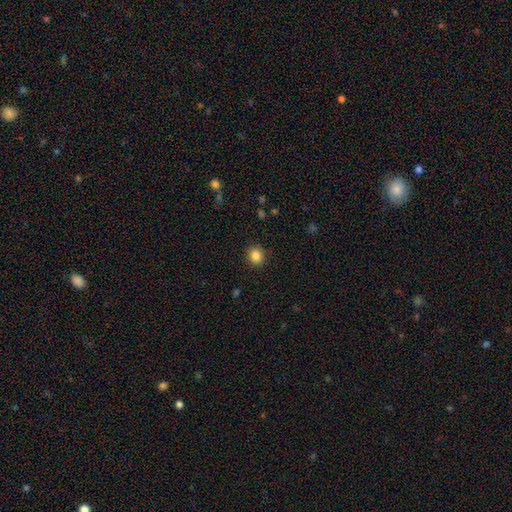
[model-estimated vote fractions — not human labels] Smooth or featured?
  - smooth: 85% *
  - star or artifact: 10%
  - featured or disk: 4%
How rounded?
  - round: 75% *
  - in between: 24%
  - cigar-shaped: 1%
Merging?
  - none: 90% *
  - minor disturbance: 7%
  - major disturbance: 2%
  - merger: 1%